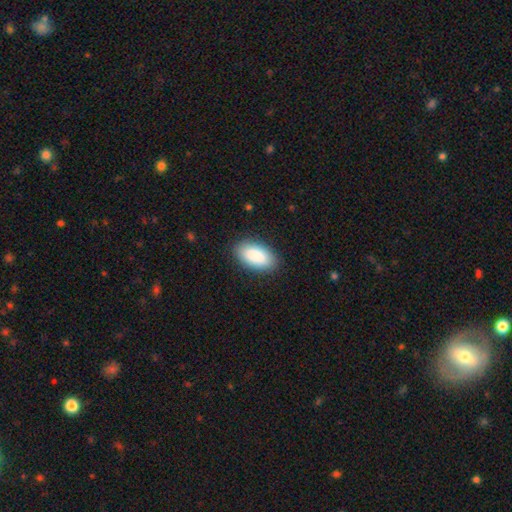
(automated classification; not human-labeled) smooth 89%, star or artifact 6%, featured or disk 5%. Down the decision tree: how rounded — in between (95%); merging — none (86%).